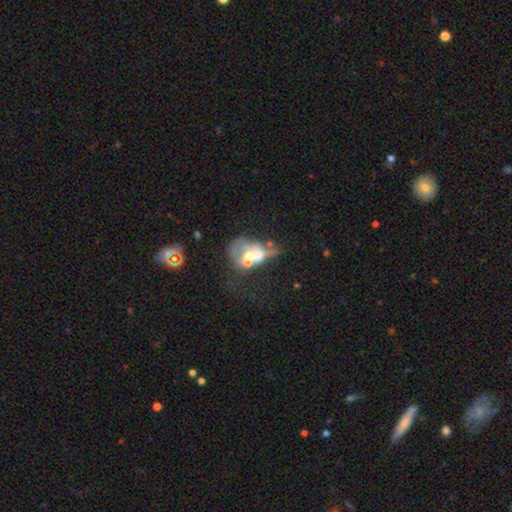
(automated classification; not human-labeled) Smooth or featured: featured or disk — 56% (smooth — 32%)
Edge-on disk: no — 97% (yes — 3%)
Bar: no — 88% (weak — 8%)
Spiral arms: no — 90% (yes — 10%)
Bulge size: moderate — 46% (none — 20%)
Merging: merger — 53% (major disturbance — 21%)